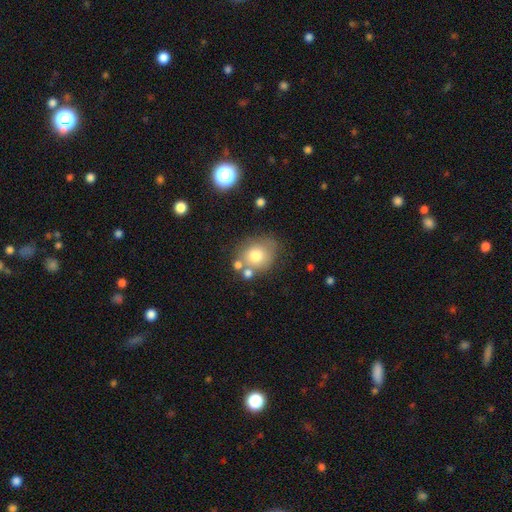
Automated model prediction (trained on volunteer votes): This is likely a smooth galaxy (73%). How rounded: likely round (71%). Merging: possibly none (60%).